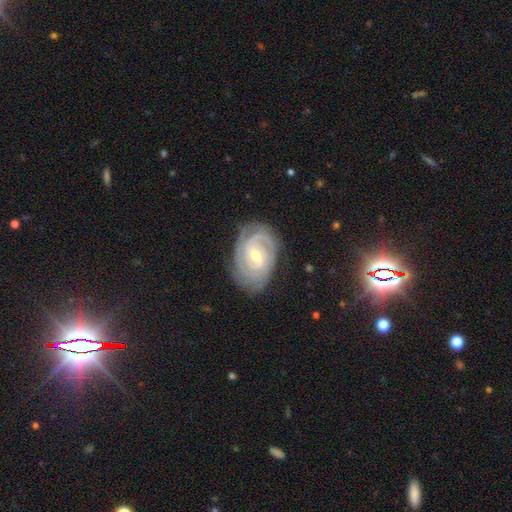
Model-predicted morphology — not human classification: smooth-or-featured: featured or disk: 90% | smooth: 6% | star or artifact: 5%
  disk-edge-on: no: 97% | yes: 3%
    bar: weak: 52% | no: 27% | strong: 21%
    has-spiral-arms: yes: 98% | no: 2%
      spiral-winding: tight: 80% | medium: 17% | loose: 3%
      spiral-arm-count: 2: 36% | 3: 27% | can't tell: 18% | 4: 9% | 1: 5% | more than 4: 5%
    bulge-size: moderate: 55% | small: 41% | large: 2% | none: 1% | dominant: 1%
  merging: none: 78% | minor disturbance: 16% | major disturbance: 4% | merger: 1%